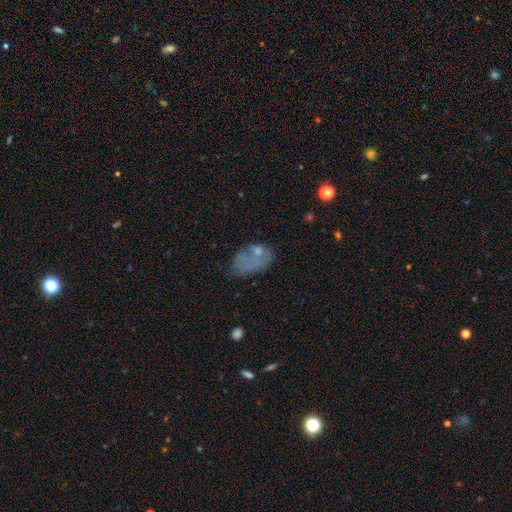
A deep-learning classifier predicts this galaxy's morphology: smooth-or-featured: smooth: 59% | featured or disk: 28% | star or artifact: 13%
  how-rounded: in between: 88% | round: 10% | cigar-shaped: 2%
  merging: none: 35% | major disturbance: 27% | minor disturbance: 27% | merger: 11%